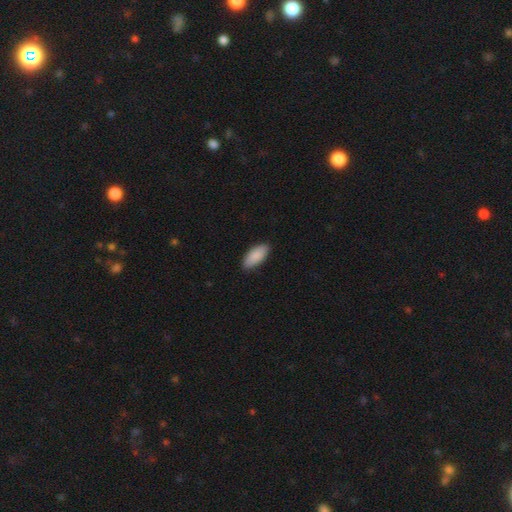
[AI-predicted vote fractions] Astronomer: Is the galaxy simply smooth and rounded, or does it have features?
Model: smooth — 90%.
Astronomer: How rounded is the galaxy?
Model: in between — 88%.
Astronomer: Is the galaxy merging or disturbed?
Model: none — 88%.